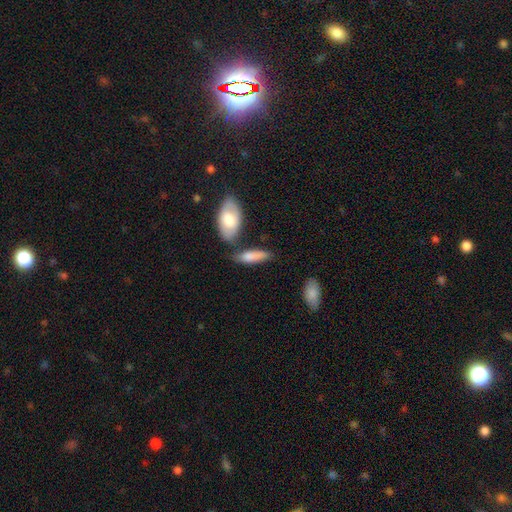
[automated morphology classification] Smooth or featured?
  - smooth: 79% *
  - featured or disk: 15%
  - star or artifact: 5%
How rounded?
  - in between: 53% *
  - cigar-shaped: 44%
  - round: 3%
Merging?
  - none: 56% *
  - minor disturbance: 19%
  - merger: 19%
  - major disturbance: 6%